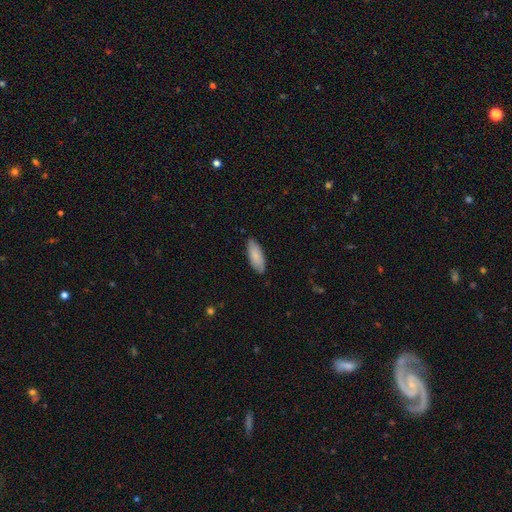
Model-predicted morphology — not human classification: Smooth or featured?
  - smooth: 83% *
  - featured or disk: 12%
  - star or artifact: 6%
How rounded?
  - in between: 75% *
  - cigar-shaped: 24%
  - round: 2%
Merging?
  - none: 82% *
  - minor disturbance: 15%
  - major disturbance: 2%
  - merger: 1%